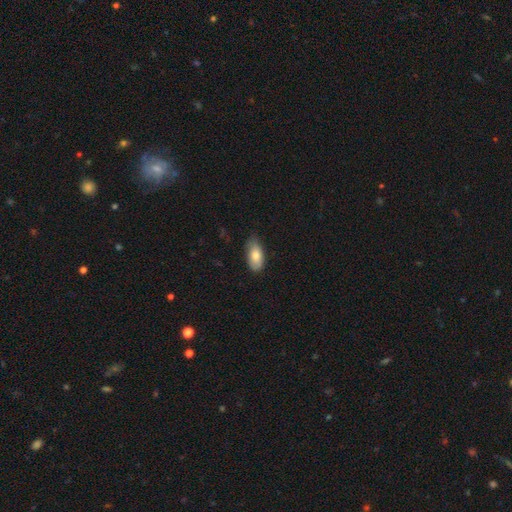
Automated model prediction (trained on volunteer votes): Smooth or featured? Predicted: smooth (p=0.79). How rounded? Predicted: in between (p=0.90). Merging? Predicted: none (p=0.63).